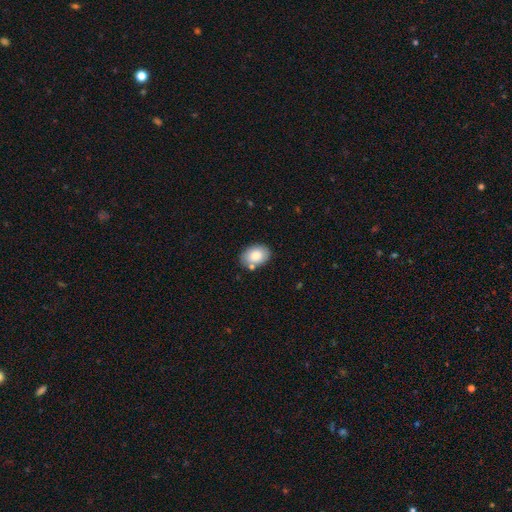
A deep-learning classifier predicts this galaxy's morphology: This is clearly a smooth galaxy (84%). How rounded: likely in between (79%). Merging: likely none (77%).